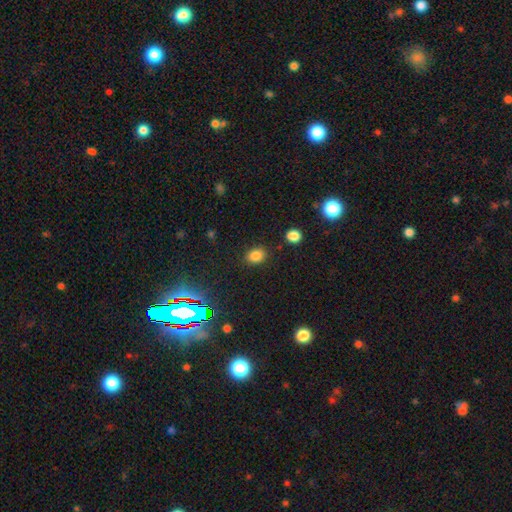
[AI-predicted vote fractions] Morphology: type=smooth (81%); roundness=in between (61%); merging=none (84%).